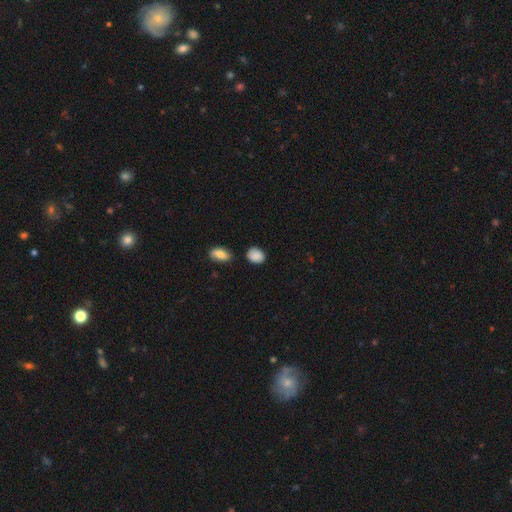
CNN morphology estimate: Smooth or featured: smooth — 87% (star or artifact — 8%)
How rounded: in between — 53% (round — 45%)
Merging: none — 74% (minor disturbance — 18%)